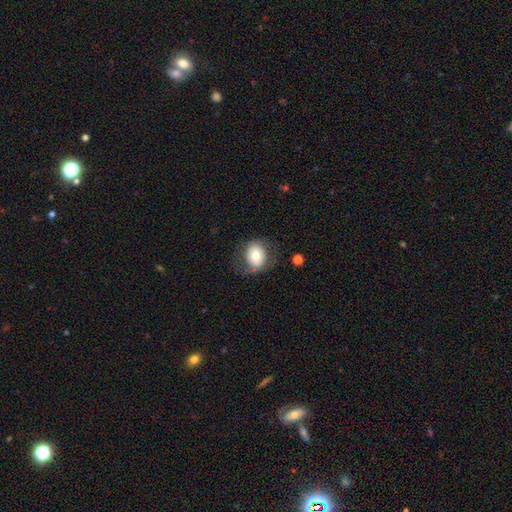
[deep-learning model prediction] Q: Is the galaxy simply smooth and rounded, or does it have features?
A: smooth — 65%.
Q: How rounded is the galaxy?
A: round — 57%.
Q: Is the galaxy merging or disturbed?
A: none — 67%.